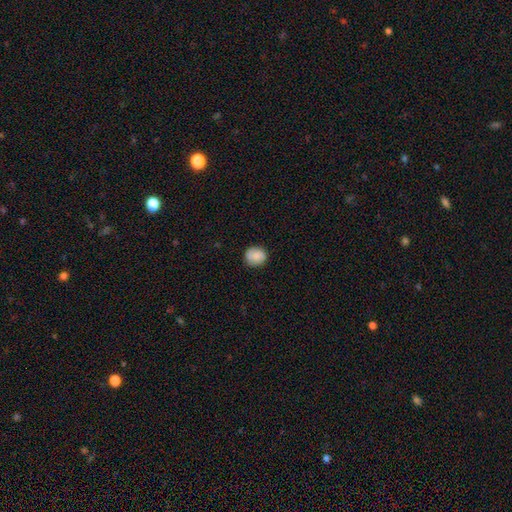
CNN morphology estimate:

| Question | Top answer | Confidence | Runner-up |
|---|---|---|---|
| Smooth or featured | smooth | 83% | featured or disk (9%) |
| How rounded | round | 82% | in between (17%) |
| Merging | none | 83% | minor disturbance (13%) |